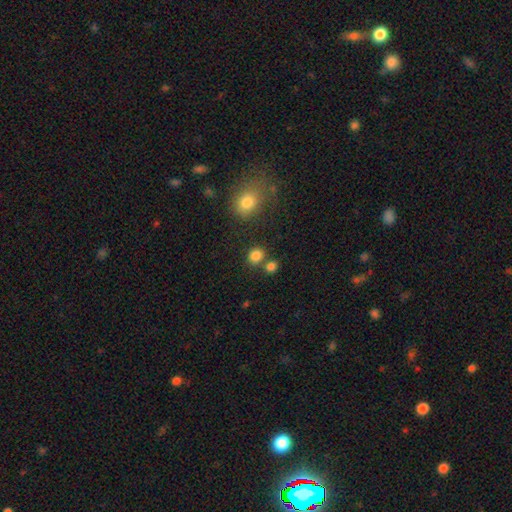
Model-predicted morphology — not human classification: Smooth or featured?
  - smooth: 83% *
  - star or artifact: 12%
  - featured or disk: 5%
How rounded?
  - round: 74% *
  - in between: 25%
  - cigar-shaped: 1%
Merging?
  - none: 67% *
  - merger: 19%
  - minor disturbance: 9%
  - major disturbance: 4%